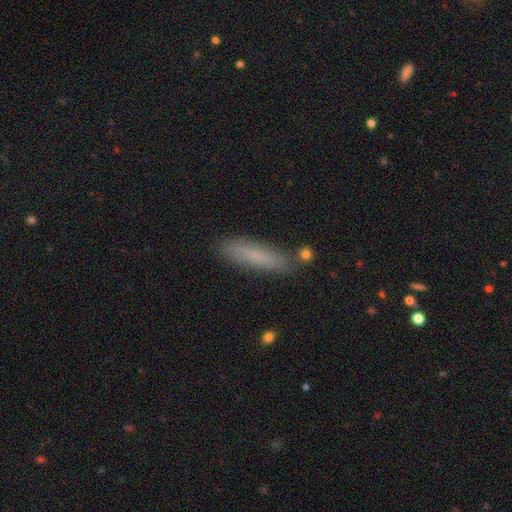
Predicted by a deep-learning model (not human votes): This is likely a smooth galaxy (75%). How rounded: likely cigar-shaped (78%). Merging: clearly none (83%).